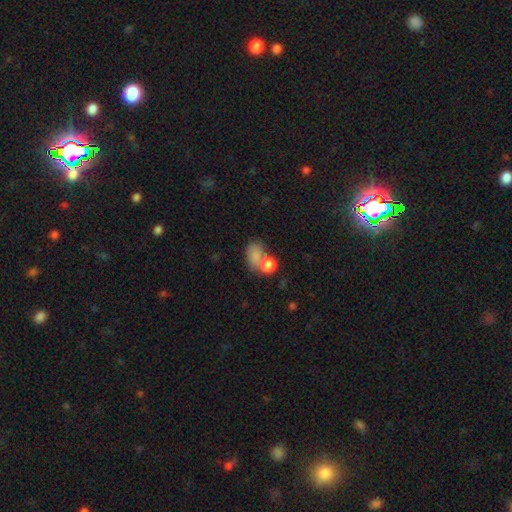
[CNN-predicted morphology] The model was most divided on "merging": merger: 51%, none: 29%, minor disturbance: 11%, major disturbance: 8%. More confident: smooth or featured — smooth (80%); how rounded — in between (71%).